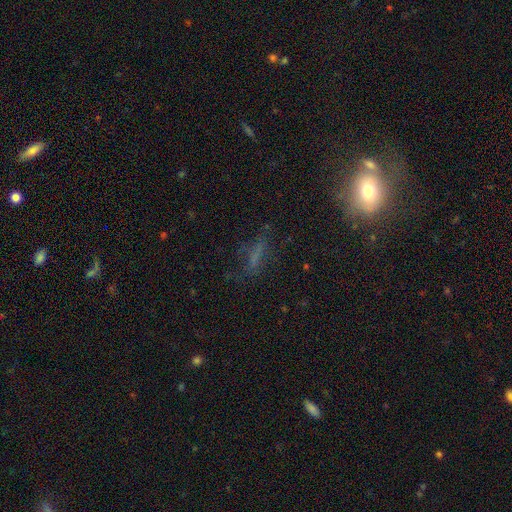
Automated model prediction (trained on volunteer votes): The model was most divided on "smooth or featured": smooth: 46%, star or artifact: 27%, featured or disk: 26%. More confident: merging — none (63%).